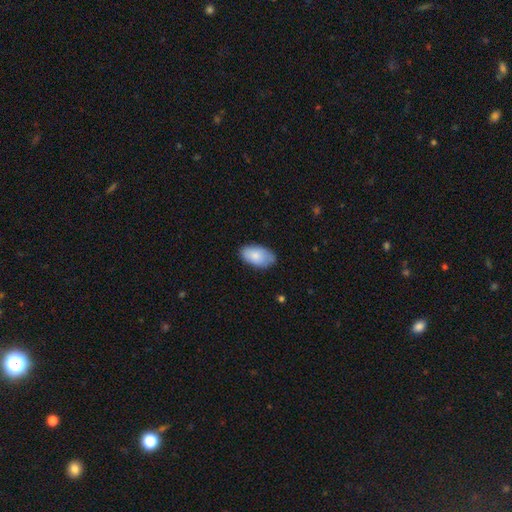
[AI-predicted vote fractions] Smooth or featured? smooth (83%)
How rounded? in between (94%)
Merging? none (75%)